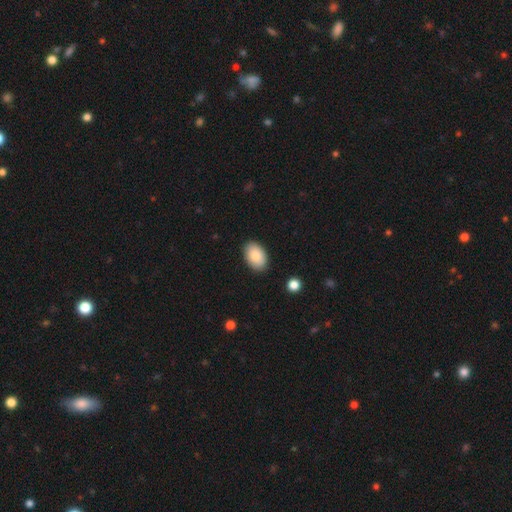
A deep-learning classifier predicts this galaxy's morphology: Smooth or featured?
  - smooth: 86% *
  - featured or disk: 8%
  - star or artifact: 6%
How rounded?
  - in between: 91% *
  - round: 8%
  - cigar-shaped: 1%
Merging?
  - none: 87% *
  - minor disturbance: 10%
  - major disturbance: 2%
  - merger: 1%